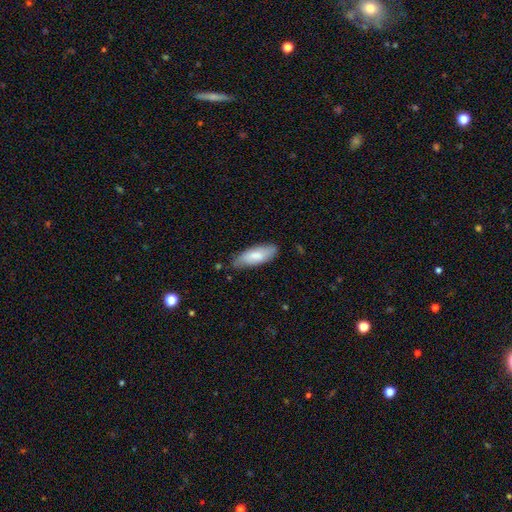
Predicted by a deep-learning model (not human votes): A smooth galaxy with no disk features (77%) that is in between round and cigar-shaped (73%).

Vote fractions:
- Smooth or featured? smooth: 77% / featured or disk: 17% / star or artifact: 6%
- How rounded? in between: 73% / cigar-shaped: 25% / round: 2%
- Merging? none: 71% / minor disturbance: 24% / major disturbance: 4% / merger: 2%